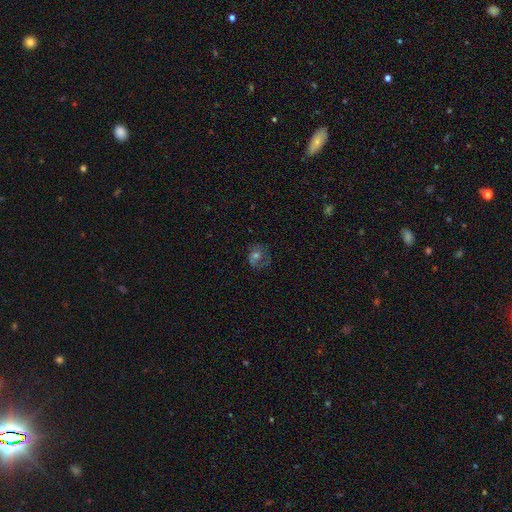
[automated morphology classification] Smooth or featured: smooth — 45% (featured or disk — 39%)
Merging: none — 67% (minor disturbance — 19%)